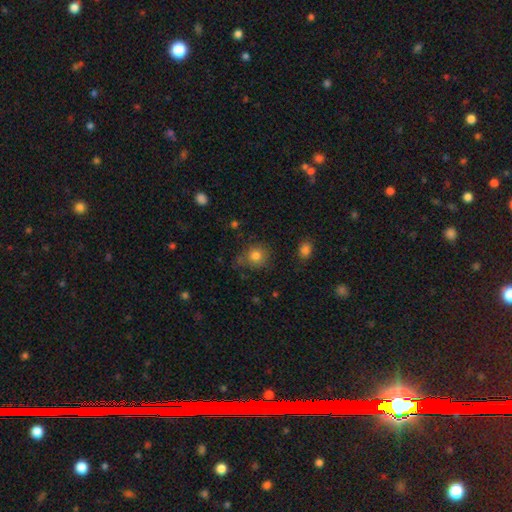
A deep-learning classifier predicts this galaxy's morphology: Smooth or featured: smooth — 81% (star or artifact — 12%)
How rounded: round — 84% (in between — 15%)
Merging: none — 69% (minor disturbance — 21%)